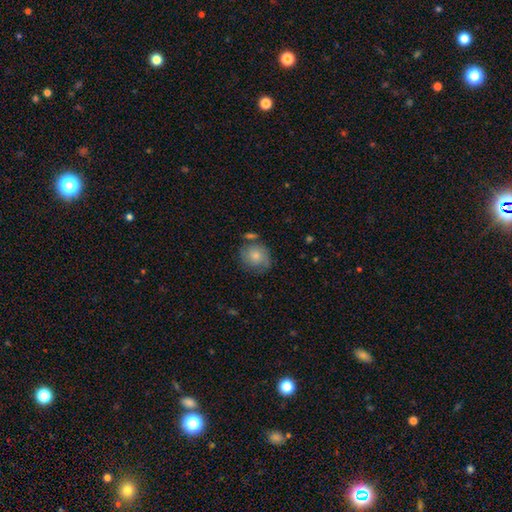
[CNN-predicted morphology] This is likely a smooth galaxy (64%). How rounded: likely round (76%). Merging: likely none (61%).